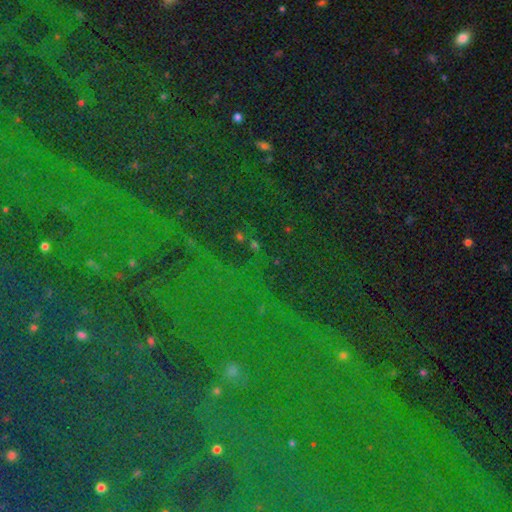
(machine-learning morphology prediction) smooth-or-featured: star or artifact: 85% | smooth: 7% | featured or disk: 7%